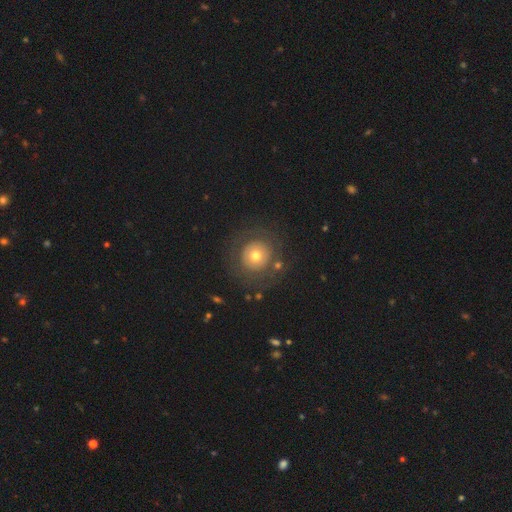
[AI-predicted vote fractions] smooth 56%, featured or disk 35%, star or artifact 9%. Down the decision tree: how rounded — round (92%); merging — none (78%).